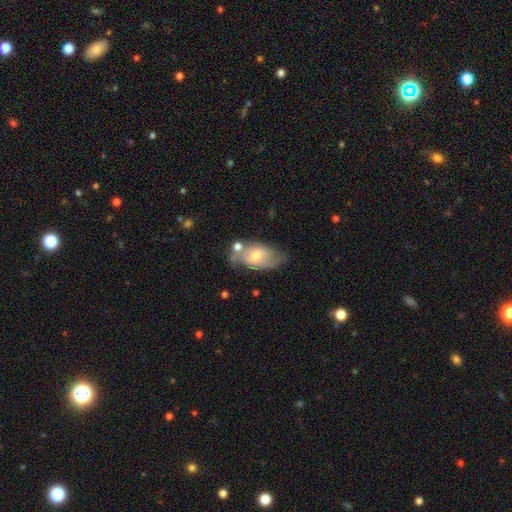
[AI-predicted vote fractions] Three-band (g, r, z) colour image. It shows a featured or disk galaxy (49%). Merging: none (48%).